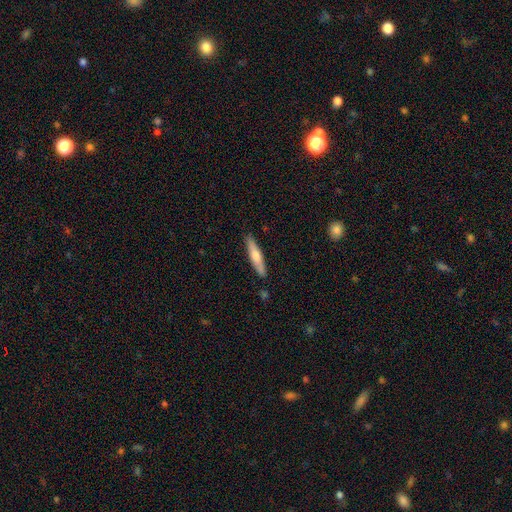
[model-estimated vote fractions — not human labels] Smooth or featured: smooth — 61% (featured or disk — 33%)
How rounded: cigar-shaped — 86% (in between — 12%)
Merging: none — 88% (minor disturbance — 8%)